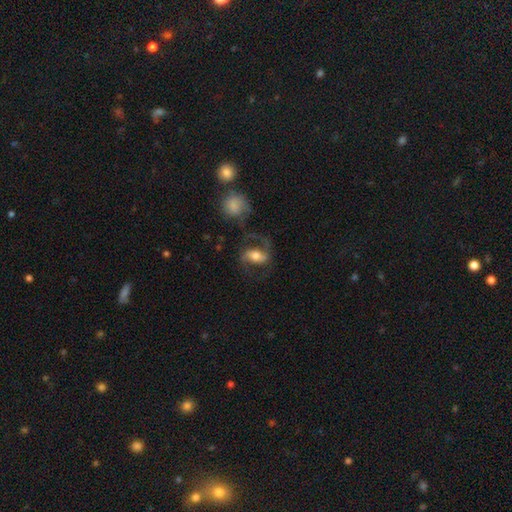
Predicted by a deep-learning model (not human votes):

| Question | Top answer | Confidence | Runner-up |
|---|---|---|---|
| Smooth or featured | featured or disk | 69% | smooth (24%) |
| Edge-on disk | no | 94% | yes (6%) |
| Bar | strong | 44% | weak (32%) |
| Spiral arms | yes | 88% | no (12%) |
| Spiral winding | medium | 47% | loose (40%) |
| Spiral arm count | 2 | 88% | 1 (5%) |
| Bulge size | moderate | 62% | large (17%) |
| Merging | none | 56% | major disturbance (19%) |